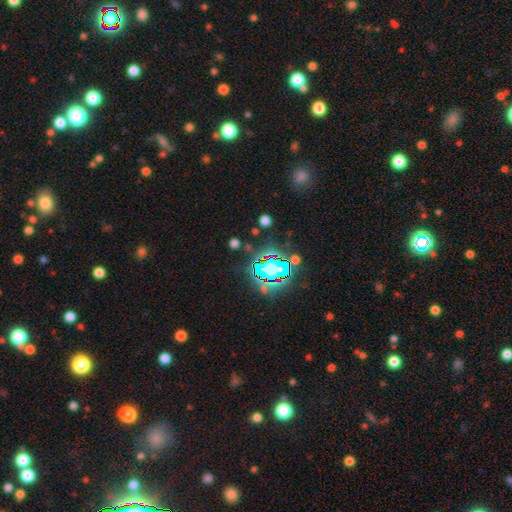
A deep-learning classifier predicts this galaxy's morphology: type=star or artifact (79%).